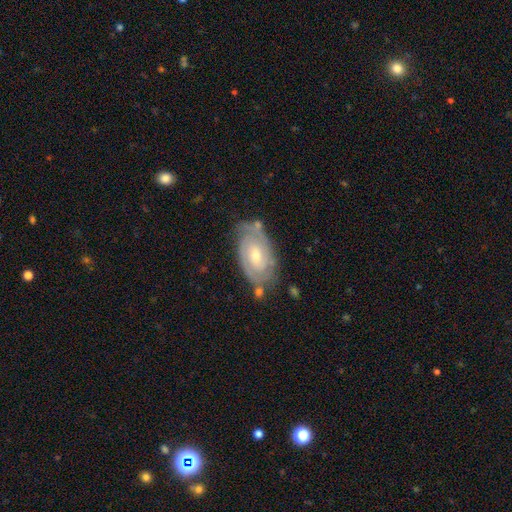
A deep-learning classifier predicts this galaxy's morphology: Smooth or featured?
  - featured or disk: 78% *
  - smooth: 16%
  - star or artifact: 6%
Edge-on disk?
  - no: 95% *
  - yes: 5%
Bar?
  - no: 50% *
  - weak: 41%
  - strong: 9%
Spiral arms?
  - yes: 92% *
  - no: 8%
Spiral winding?
  - tight: 64% *
  - medium: 29%
  - loose: 7%
Spiral arm count?
  - 2: 63% *
  - can't tell: 23%
  - 3: 7%
  - 1: 3%
  - 4: 2%
  - more than 4: 2%
Bulge size?
  - moderate: 48% * (tied)
  - small: 48% * (tied)
  - large: 2%
  - none: 1%
  - dominant: 1%
Merging?
  - none: 67% *
  - minor disturbance: 21%
  - merger: 6%
  - major disturbance: 6%